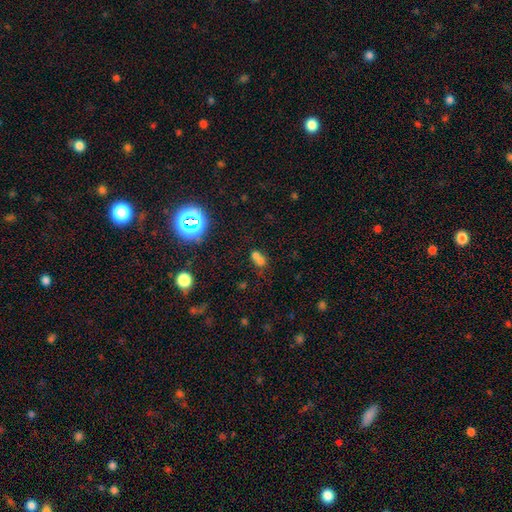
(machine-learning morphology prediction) Smooth or featured: smooth — 60% (star or artifact — 24%)
How rounded: round — 53% (in between — 45%)
Merging: merger — 60% (none — 28%)